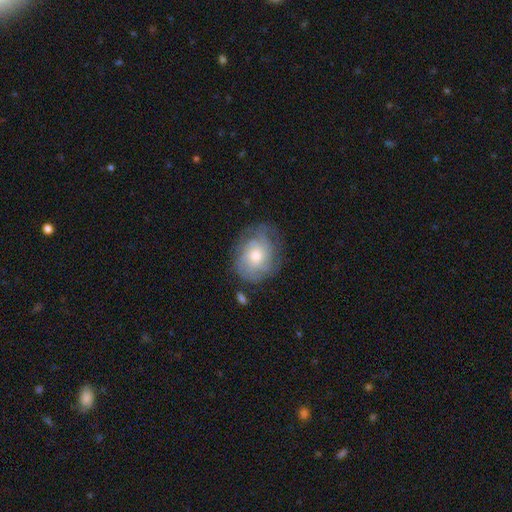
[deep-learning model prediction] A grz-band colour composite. It shows a featured or disk galaxy (54%) with no bar (82%), spiral arms (73%) and a moderate central bulge (63%). Merging: none (65%).